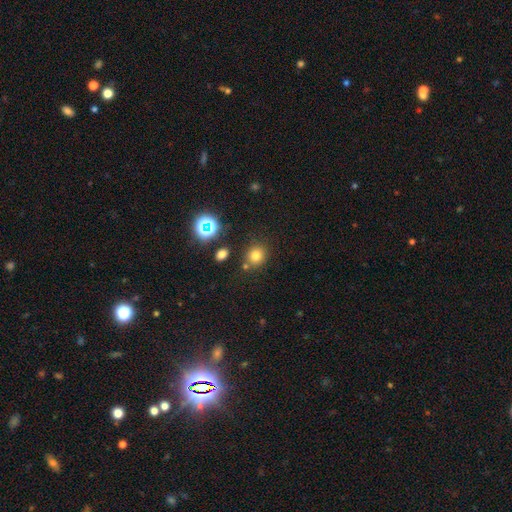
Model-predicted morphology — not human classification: Smooth or featured: smooth — 75% (star or artifact — 18%)
How rounded: round — 80% (in between — 19%)
Merging: none — 77% (minor disturbance — 11%)